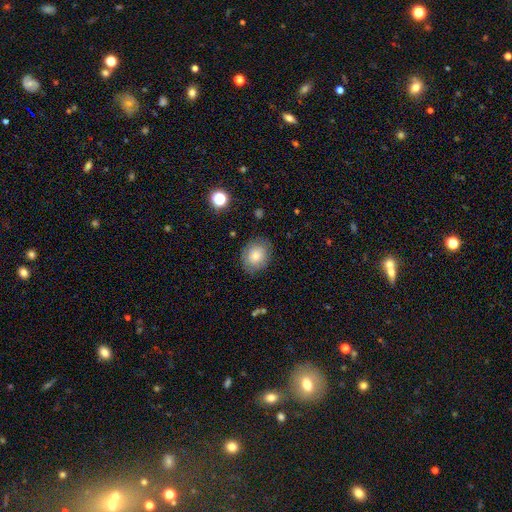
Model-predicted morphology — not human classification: The model was most divided on "how rounded": round: 55%, in between: 44%, cigar-shaped: 1%. More confident: merging — none (81%); smooth or featured — smooth (75%).